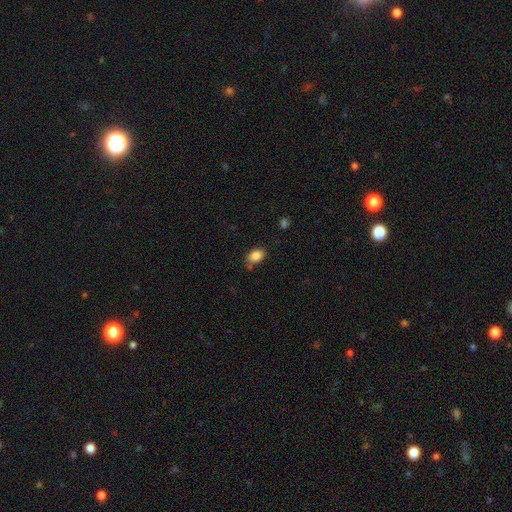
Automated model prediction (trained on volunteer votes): Smooth or featured? smooth (85%)
How rounded? in between (81%)
Merging? none (74%)